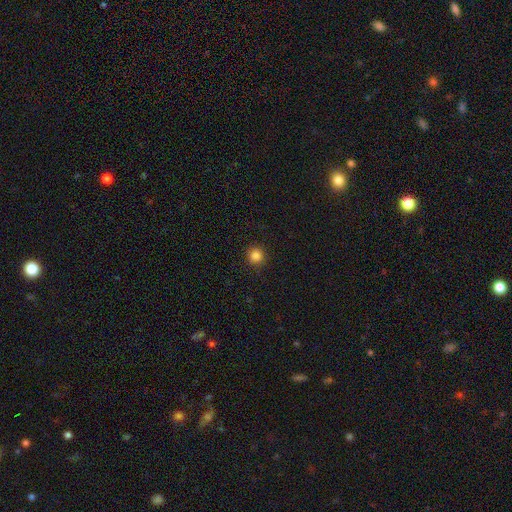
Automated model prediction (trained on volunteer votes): A smooth galaxy with no disk features (85%) that is round (95%).

Vote fractions:
- Smooth or featured? smooth: 85% / star or artifact: 12% / featured or disk: 3%
- How rounded? round: 95% / in between: 4% / cigar-shaped: 1%
- Merging? none: 91% / minor disturbance: 6% / major disturbance: 2% / merger: 1%